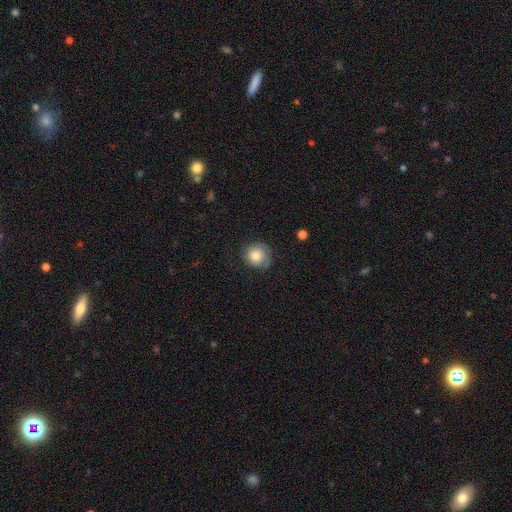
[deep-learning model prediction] smooth 76%, featured or disk 15%, star or artifact 8%. Down the decision tree: how rounded — round (88%); merging — none (66%).